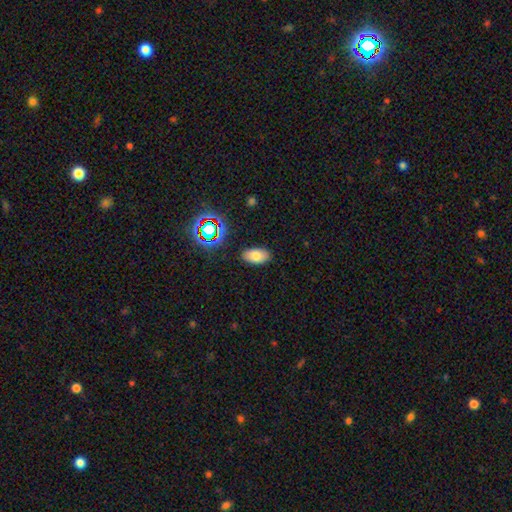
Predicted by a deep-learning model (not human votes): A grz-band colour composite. It shows a smooth galaxy with no disk features (75%) that is in between round and cigar-shaped (93%). Merging: none (86%).